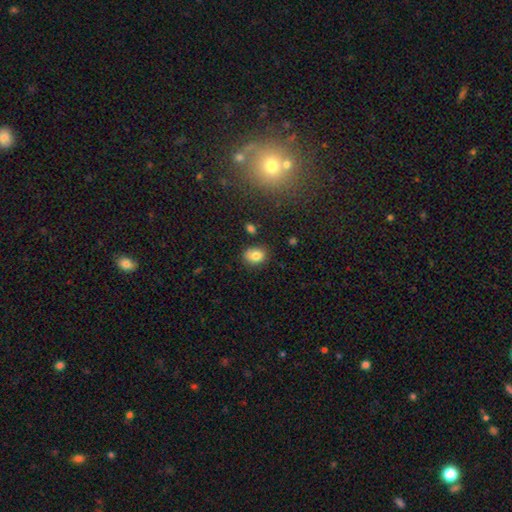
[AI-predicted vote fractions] Q: Smooth or featured?
A: smooth (81%); runner-up: star or artifact (10%)
Q: How rounded?
A: in between (62%); runner-up: round (37%)
Q: Merging?
A: none (82%); runner-up: minor disturbance (12%)